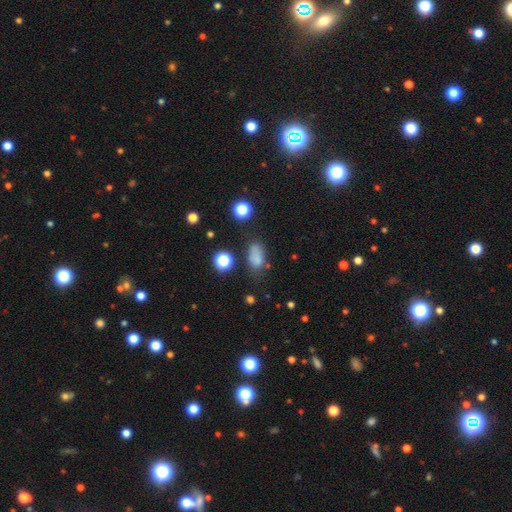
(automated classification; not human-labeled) smooth 75%, star or artifact 16%, featured or disk 8%. Down the decision tree: how rounded — in between (84%); merging — none (57%).